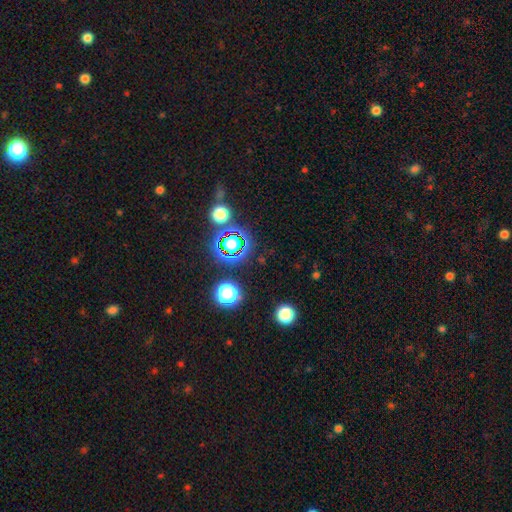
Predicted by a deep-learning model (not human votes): The model was most divided on "smooth or featured": star or artifact: 74%, smooth: 17%, featured or disk: 9%.